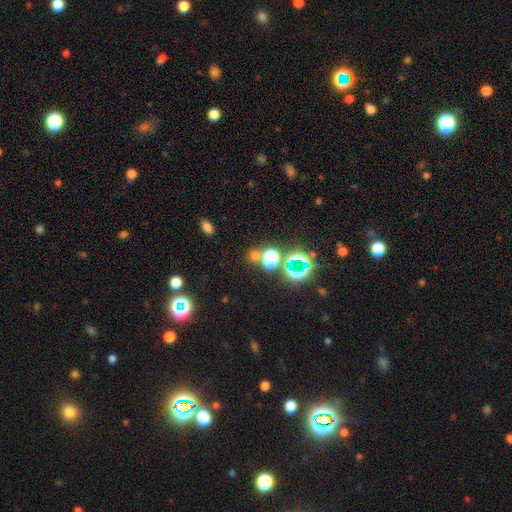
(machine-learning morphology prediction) The model was most divided on "smooth or featured": smooth: 48%, star or artifact: 45%, featured or disk: 7%. More confident: merging — none (68%).